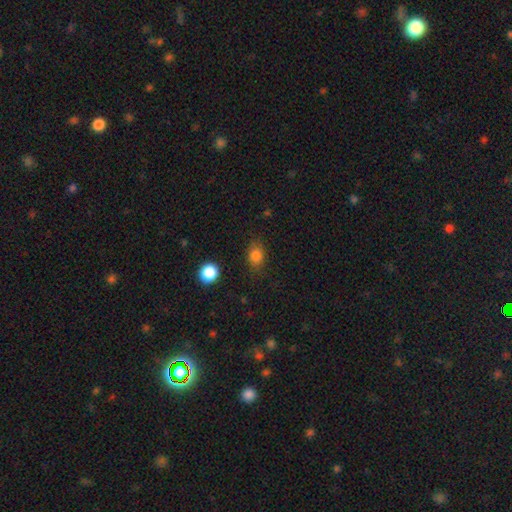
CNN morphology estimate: Smooth or featured? Predicted: smooth (p=0.83). How rounded? Predicted: in between (p=0.56). Merging? Predicted: none (p=0.76).